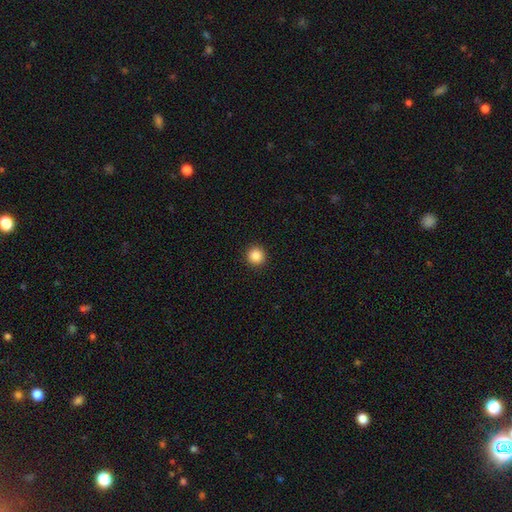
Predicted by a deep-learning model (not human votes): Smooth or featured? Predicted: smooth (p=0.86). How rounded? Predicted: round (p=0.95). Merging? Predicted: none (p=0.94).